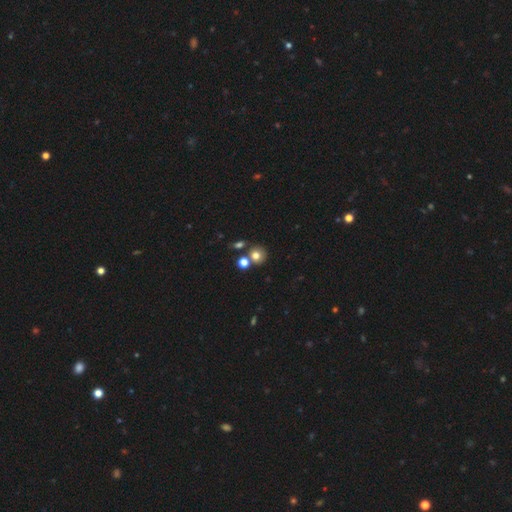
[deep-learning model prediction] A smooth galaxy with no disk features (74%) that is round (85%).

Vote fractions:
- Smooth or featured? smooth: 74% / star or artifact: 14% / featured or disk: 12%
- How rounded? round: 85% / in between: 14% / cigar-shaped: 1%
- Merging? none: 63% / merger: 25% / minor disturbance: 9% / major disturbance: 4%